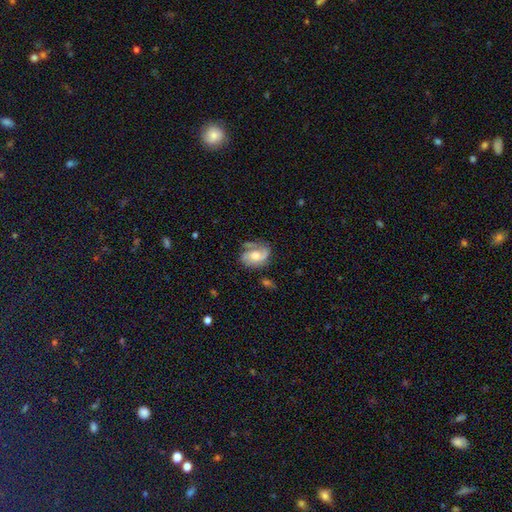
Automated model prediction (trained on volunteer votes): A featured or disk galaxy (63%) with no bar (65%), 2 (61%) medium (44%) spiral arms (86%) and a moderate central bulge (57%).

Vote fractions:
- Smooth or featured? featured or disk: 63% / smooth: 30% / star or artifact: 8%
- Edge-on disk? no: 97% / yes: 3%
- Bar? no: 65% / weak: 29% / strong: 7%
- Spiral arms? yes: 86% / no: 14%
- Spiral winding? medium: 44% / loose: 32% / tight: 24%
- Spiral arm count? 2: 61% / can't tell: 14% / 1: 13% / 3: 9% / 4: 2% / more than 4: 2%
- Bulge size? moderate: 57% / small: 19% / large: 17% / none: 5% / dominant: 2%
- Merging? none: 52% / minor disturbance: 27% / major disturbance: 16% / merger: 5%